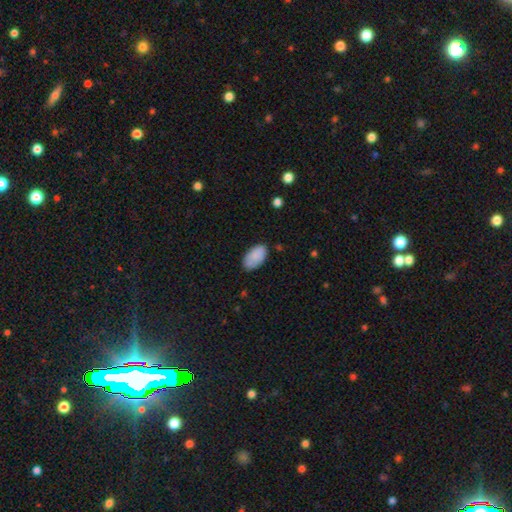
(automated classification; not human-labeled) This is clearly a smooth galaxy (87%). How rounded: clearly in between (95%). Merging: likely none (78%).